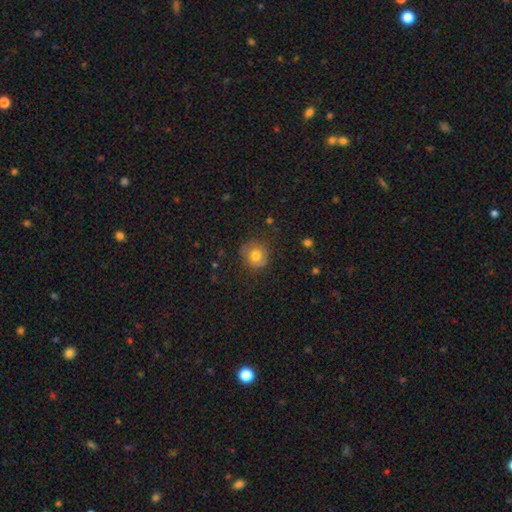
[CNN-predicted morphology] Smooth or featured? smooth (75%)
How rounded? round (85%)
Merging? none (74%)